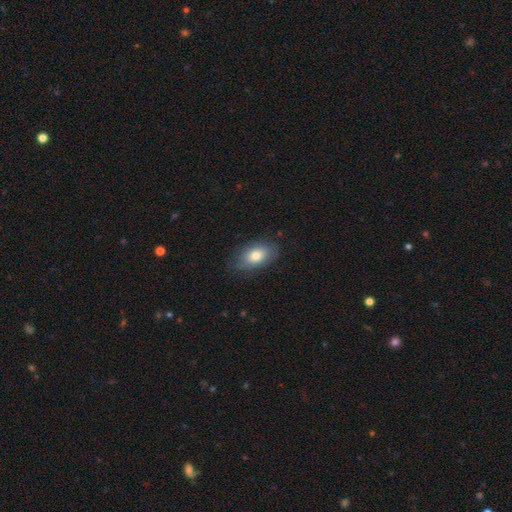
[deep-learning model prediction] This is likely a smooth galaxy (75%). How rounded: clearly in between (90%). Merging: likely none (78%).